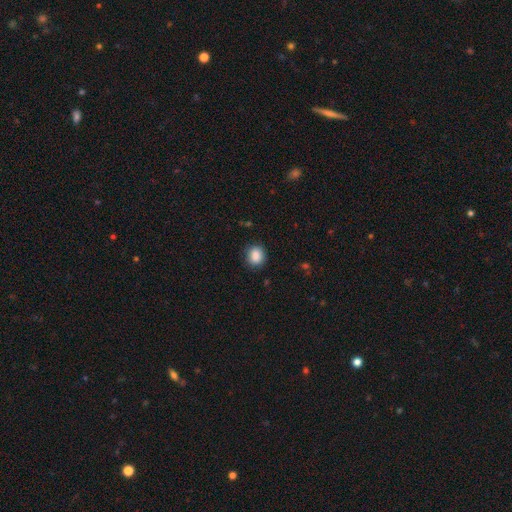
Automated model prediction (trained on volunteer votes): The model was most divided on "how rounded": round: 68%, in between: 31%, cigar-shaped: 1%. More confident: smooth or featured — smooth (87%); merging — none (86%).